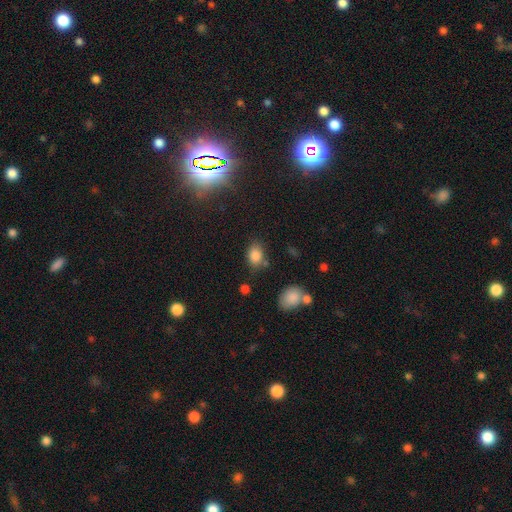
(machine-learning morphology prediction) Smooth or featured? smooth (83%)
How rounded? in between (75%)
Merging? none (69%)